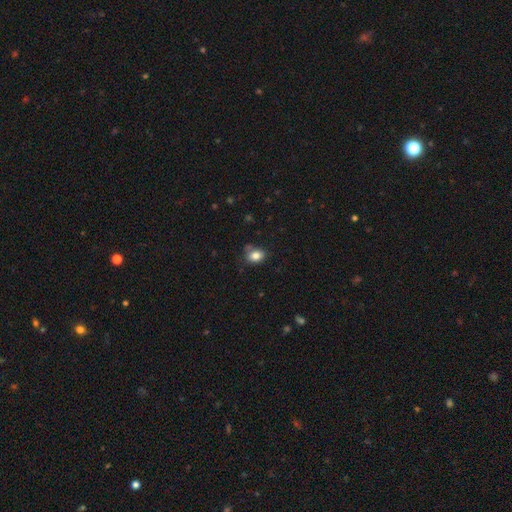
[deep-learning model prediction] A smooth galaxy with no disk features (83%) that is in between round and cigar-shaped (66%). Merging: none (70%).